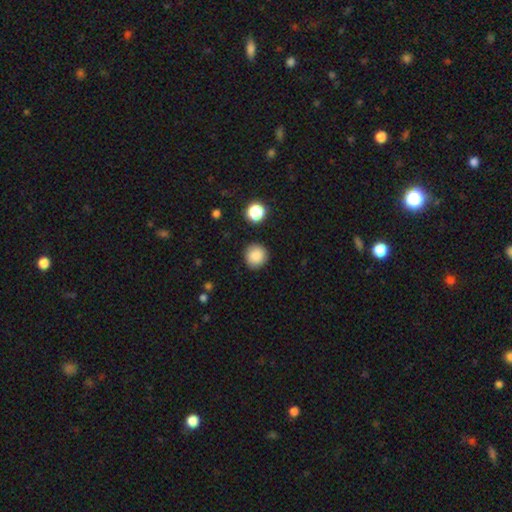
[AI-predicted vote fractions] smooth 86%, star or artifact 10%, featured or disk 4%. Down the decision tree: how rounded — round (93%); merging — none (88%).